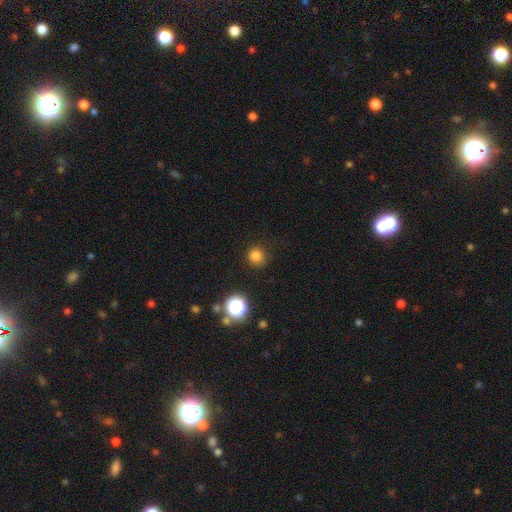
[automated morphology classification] Smooth or featured: smooth — 79% (star or artifact — 17%)
How rounded: round — 93% (in between — 6%)
Merging: none — 86% (minor disturbance — 9%)